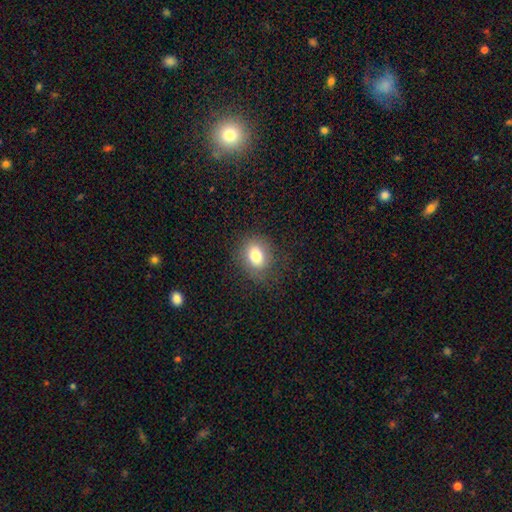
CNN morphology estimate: A smooth galaxy with no disk features (79%) that is round (55%).

Vote fractions:
- Smooth or featured? smooth: 79% / star or artifact: 11% / featured or disk: 10%
- How rounded? round: 55% / in between: 44% / cigar-shaped: 1%
- Merging? none: 80% / minor disturbance: 13% / major disturbance: 6% / merger: 1%